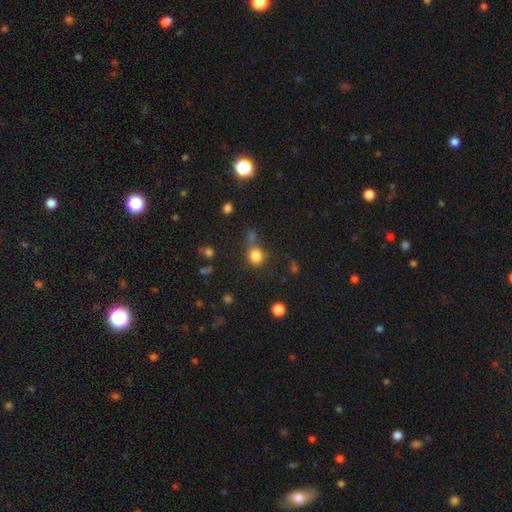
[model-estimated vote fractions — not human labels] Smooth or featured: smooth — 81% (star or artifact — 13%)
How rounded: round — 80% (in between — 19%)
Merging: none — 58% (merger — 19%)